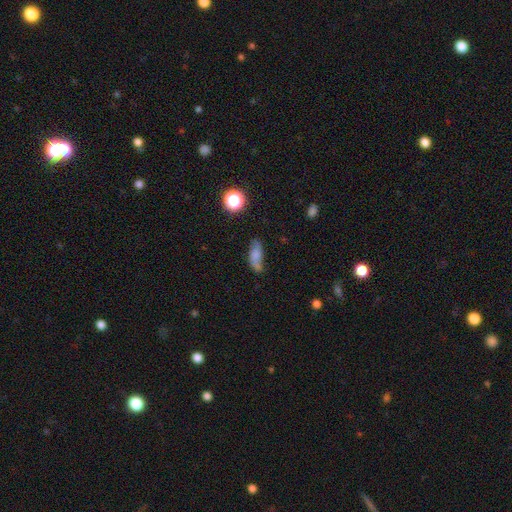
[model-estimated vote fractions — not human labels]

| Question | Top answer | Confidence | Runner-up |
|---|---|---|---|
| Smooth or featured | smooth | 56% | featured or disk (32%) |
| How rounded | in between | 69% | cigar-shaped (24%) |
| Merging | none | 56% | minor disturbance (28%) |